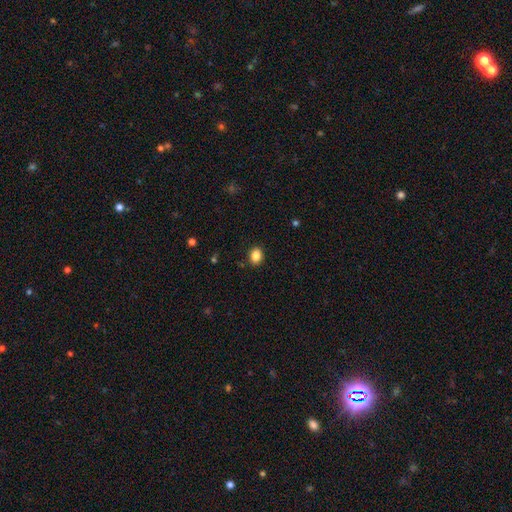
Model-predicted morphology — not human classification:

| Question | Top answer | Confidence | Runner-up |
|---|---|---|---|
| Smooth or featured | smooth | 86% | star or artifact (10%) |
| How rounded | in between | 65% | round (34%) |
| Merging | none | 89% | minor disturbance (8%) |